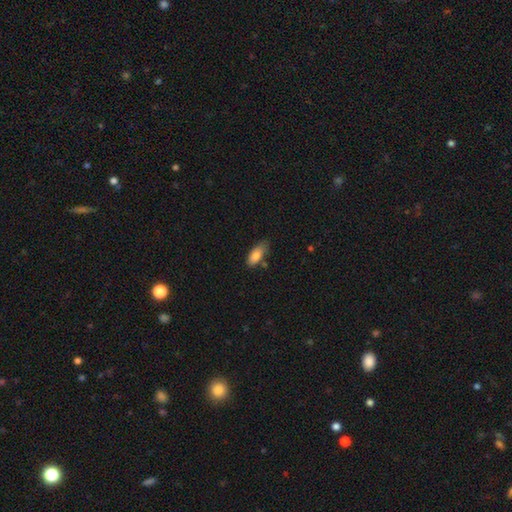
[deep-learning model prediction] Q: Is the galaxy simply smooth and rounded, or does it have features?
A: smooth — 84%.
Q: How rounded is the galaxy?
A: in between — 83%.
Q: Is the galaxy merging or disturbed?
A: none — 61%.